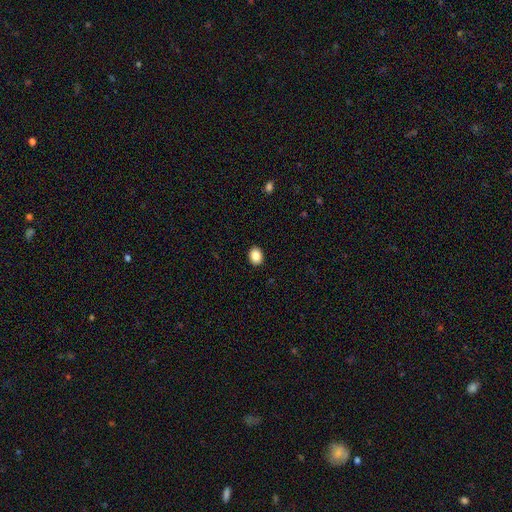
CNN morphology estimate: A smooth galaxy with no disk features (88%) that is in between round and cigar-shaped (58%).

Vote fractions:
- Smooth or featured? smooth: 88% / star or artifact: 8% / featured or disk: 3%
- How rounded? in between: 58% / round: 41% / cigar-shaped: 1%
- Merging? none: 91% / minor disturbance: 6% / major disturbance: 2% / merger: 1%